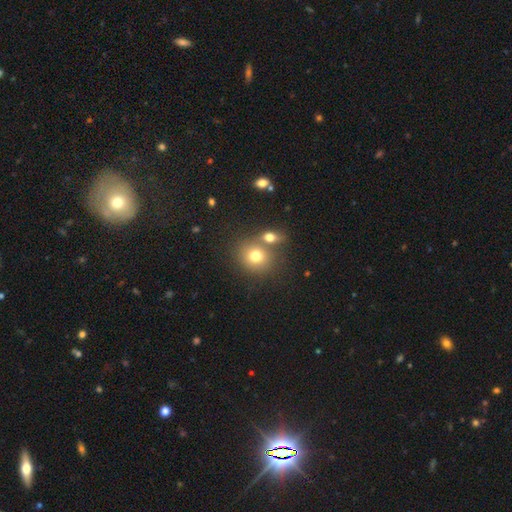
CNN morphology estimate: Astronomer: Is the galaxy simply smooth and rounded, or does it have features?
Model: smooth — 76%.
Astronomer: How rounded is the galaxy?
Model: round — 78%.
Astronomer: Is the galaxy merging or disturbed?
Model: none — 53% (runner-up: merger, 35%).